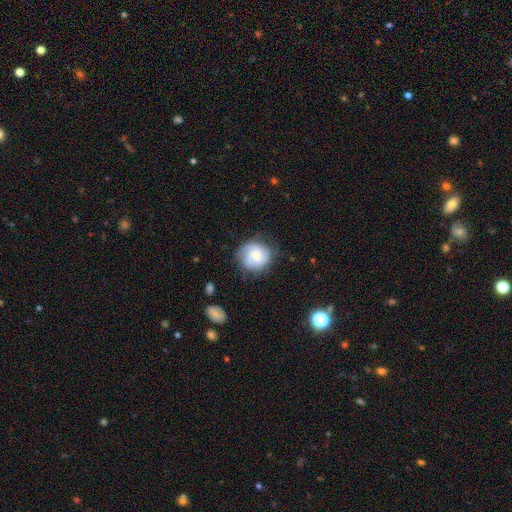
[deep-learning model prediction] featured or disk 50%, smooth 42%, star or artifact 7%. Down the decision tree: edge-on disk — no (98%); merging — none (70%).